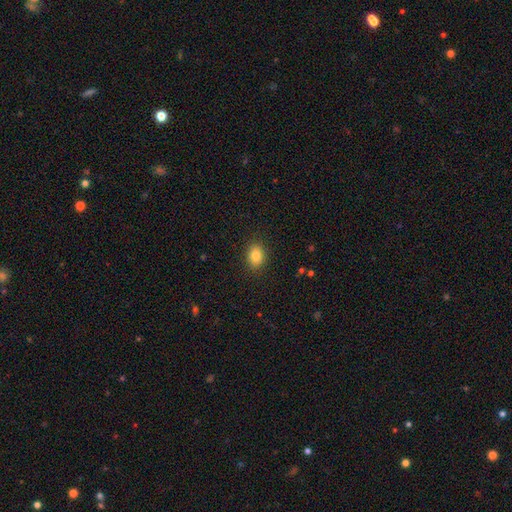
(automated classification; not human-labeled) Smooth or featured: smooth — 84% (star or artifact — 10%)
How rounded: in between — 63% (round — 36%)
Merging: none — 88% (minor disturbance — 8%)